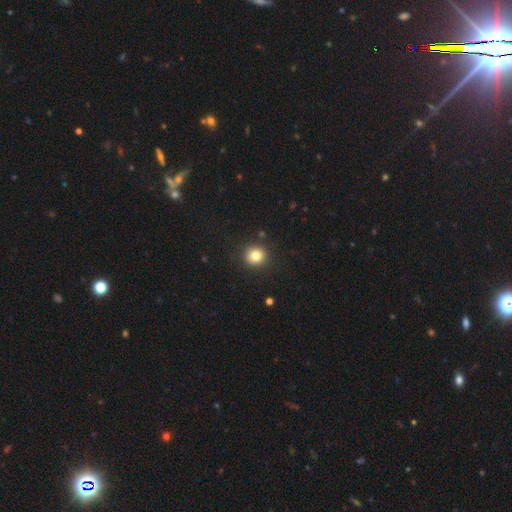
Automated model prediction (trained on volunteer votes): Smooth or featured: smooth — 81% (star or artifact — 12%)
How rounded: round — 90% (in between — 9%)
Merging: none — 91% (minor disturbance — 6%)